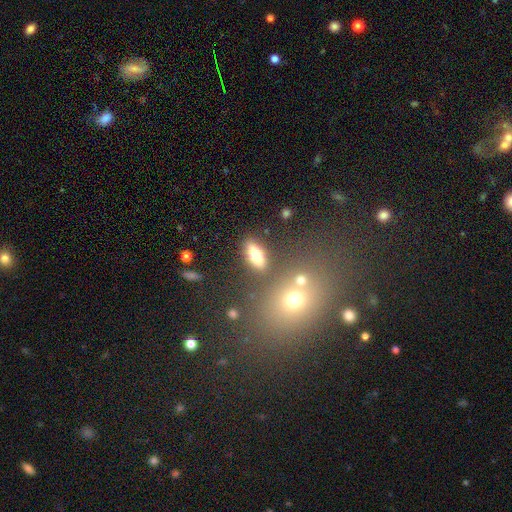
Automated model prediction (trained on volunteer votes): Morphology: type=smooth (70%); roundness=in between (74%); merging=none (79%).